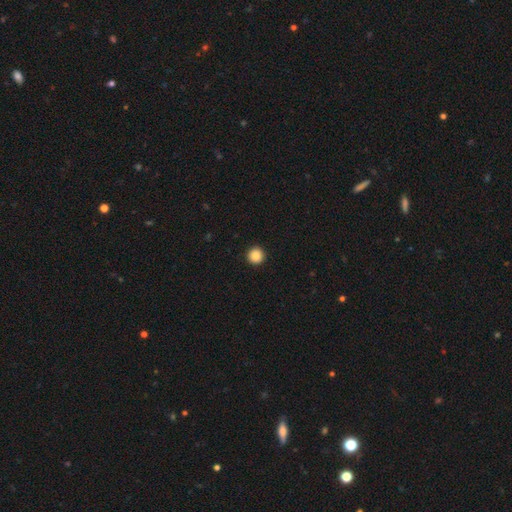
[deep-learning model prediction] Morphology: type=smooth (88%); roundness=round (96%); merging=none (94%).